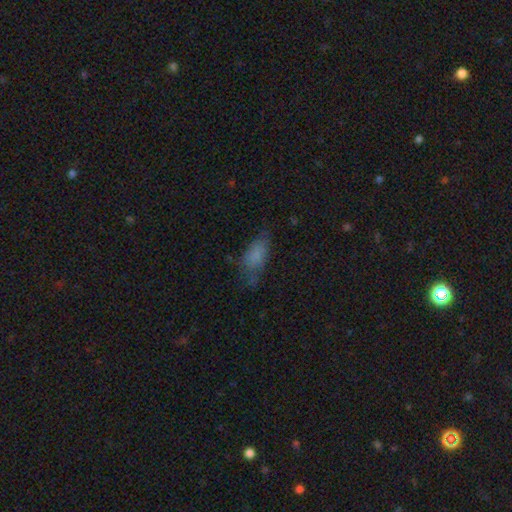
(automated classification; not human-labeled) smooth 76%, featured or disk 14%, star or artifact 10%. Down the decision tree: how rounded — in between (82%); merging — none (54%).